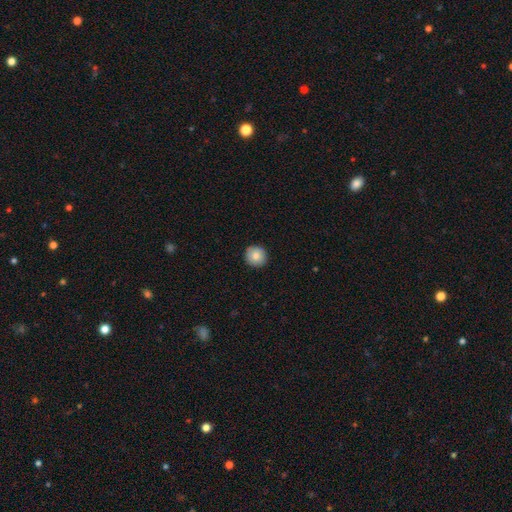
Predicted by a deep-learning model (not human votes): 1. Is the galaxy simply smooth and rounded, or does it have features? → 82% smooth, 10% featured or disk, 8% star or artifact.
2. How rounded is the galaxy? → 94% round, 5% in between, 1% cigar-shaped.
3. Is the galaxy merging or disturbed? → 91% none, 6% minor disturbance, 2% major disturbance, 1% merger.